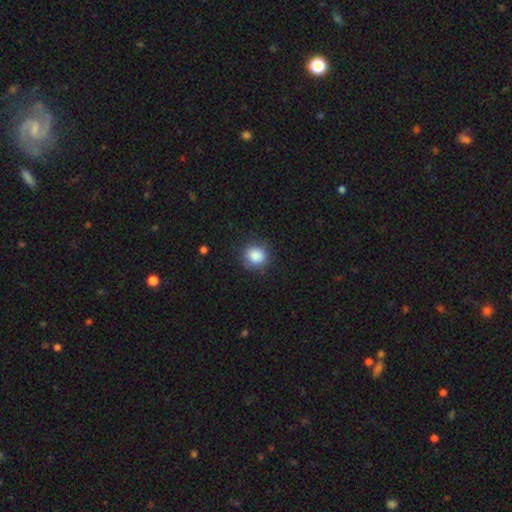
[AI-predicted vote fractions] A smooth galaxy with no disk features (87%) that is round (84%).

Vote fractions:
- Smooth or featured? smooth: 87% / star or artifact: 9% / featured or disk: 4%
- How rounded? round: 84% / in between: 15% / cigar-shaped: 1%
- Merging? none: 85% / minor disturbance: 11% / major disturbance: 3% / merger: 1%